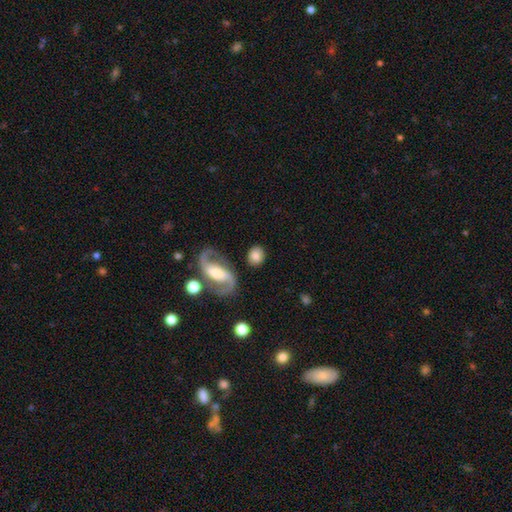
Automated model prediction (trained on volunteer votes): smooth_or_featured: smooth (p=0.60) [alt: featured or disk p=0.33]
how_rounded: round (p=0.65) [alt: in between p=0.33]
merging: none (p=0.79) [alt: minor disturbance p=0.11]